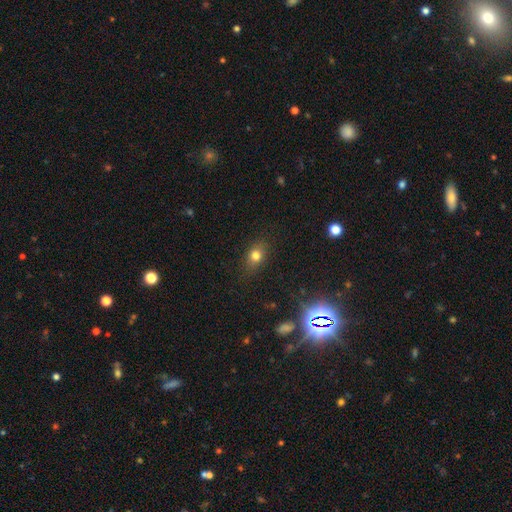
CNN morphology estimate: type=smooth (74%); roundness=in between (62%); merging=none (83%).